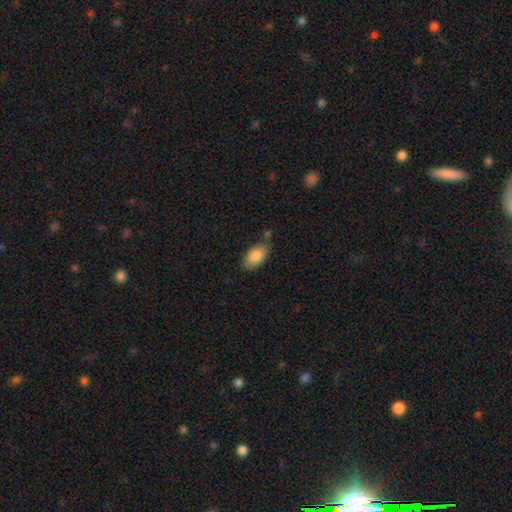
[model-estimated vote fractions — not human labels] smooth_or_featured: smooth (p=0.86) [alt: featured or disk p=0.07]
how_rounded: in between (p=0.94) [alt: cigar-shaped p=0.04]
merging: none (p=0.71) [alt: minor disturbance p=0.18]